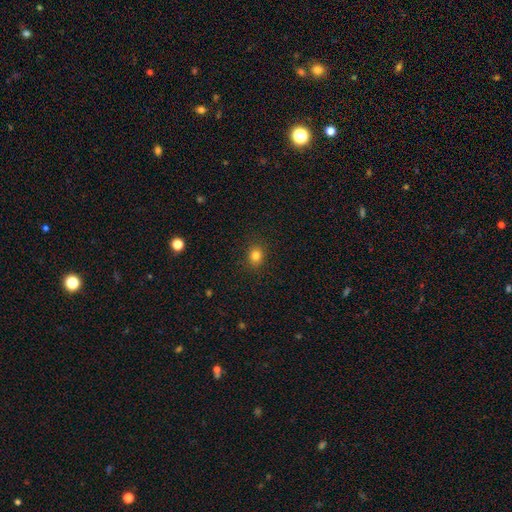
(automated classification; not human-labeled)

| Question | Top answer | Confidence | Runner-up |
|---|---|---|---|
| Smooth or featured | smooth | 82% | star or artifact (13%) |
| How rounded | round | 67% | in between (32%) |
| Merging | none | 89% | minor disturbance (8%) |